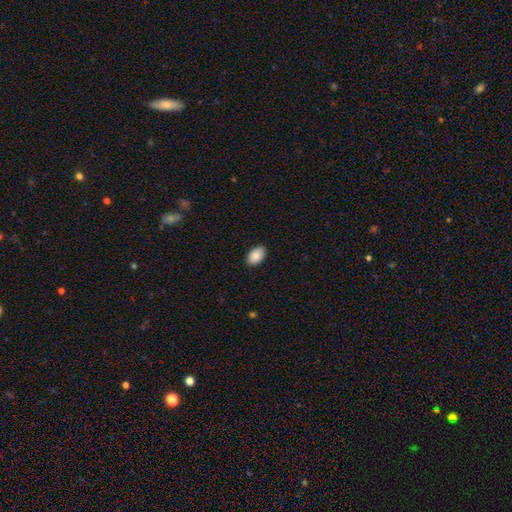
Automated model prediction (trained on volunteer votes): Smooth or featured?
  - smooth: 89% *
  - star or artifact: 7%
  - featured or disk: 4%
How rounded?
  - in between: 92% *
  - round: 7%
  - cigar-shaped: 1%
Merging?
  - none: 89% *
  - minor disturbance: 8%
  - major disturbance: 2%
  - merger: 1%